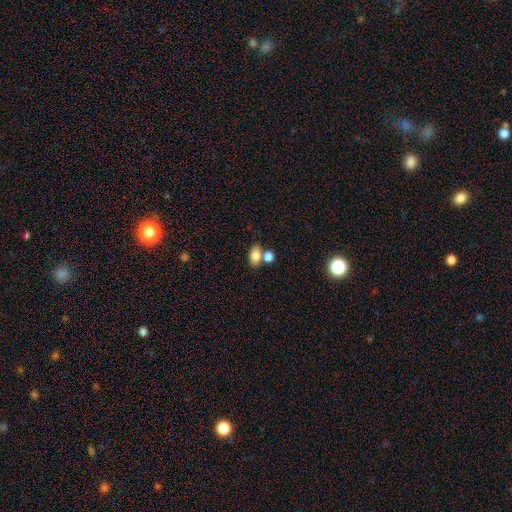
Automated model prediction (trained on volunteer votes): A smooth galaxy with no disk features (81%) that is in between round and cigar-shaped (80%).

Vote fractions:
- Smooth or featured? smooth: 81% / star or artifact: 10% / featured or disk: 9%
- How rounded? in between: 80% / round: 18% / cigar-shaped: 2%
- Merging? none: 53% / merger: 33% / minor disturbance: 11% / major disturbance: 4%